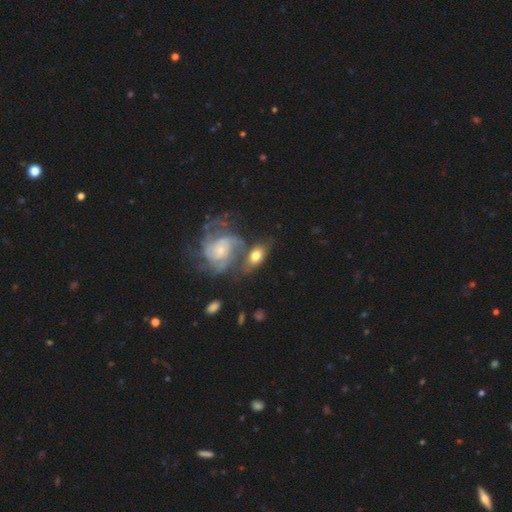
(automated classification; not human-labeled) The model was most divided on "smooth or featured": featured or disk: 49%, smooth: 44%, star or artifact: 8%. Remaining: merging — none (39%).